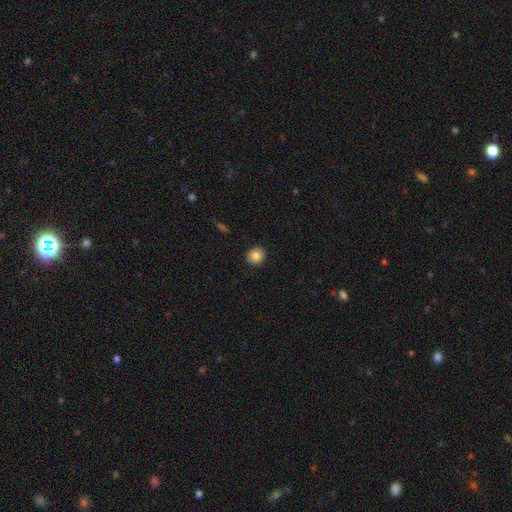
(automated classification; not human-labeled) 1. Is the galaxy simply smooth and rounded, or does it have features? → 81% smooth, 10% featured or disk, 9% star or artifact.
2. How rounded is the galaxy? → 83% round, 16% in between, 1% cigar-shaped.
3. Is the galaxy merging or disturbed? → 91% none, 6% minor disturbance, 2% major disturbance, 1% merger.